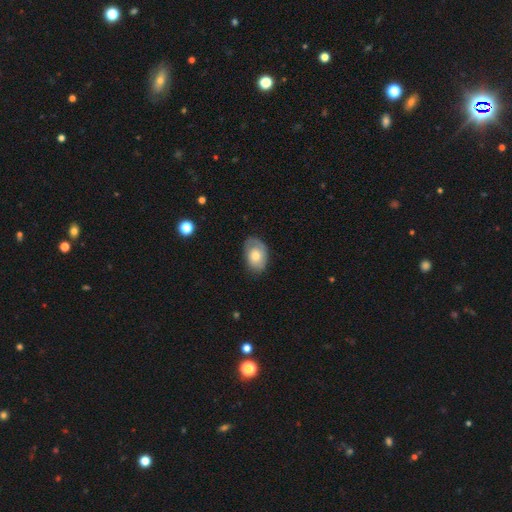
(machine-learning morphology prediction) smooth 61%, featured or disk 32%, star or artifact 7%. Down the decision tree: how rounded — in between (85%); merging — none (66%).